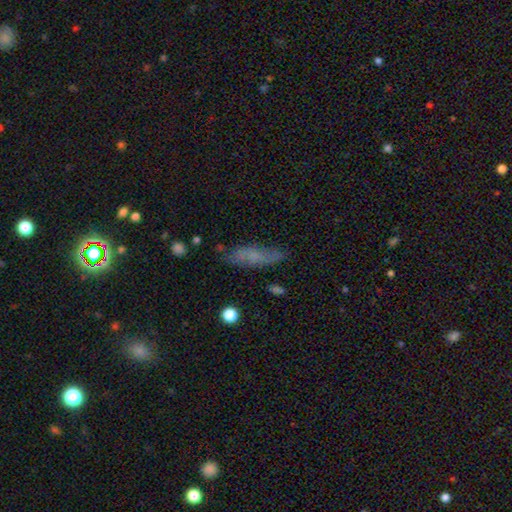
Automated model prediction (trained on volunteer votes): Smooth or featured? smooth (55%)
How rounded? cigar-shaped (55%)
Merging? none (69%)